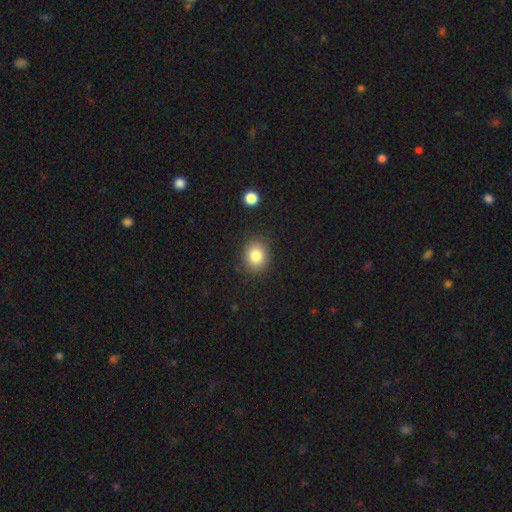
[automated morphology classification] This is clearly a smooth galaxy (83%). How rounded: likely round (66%). Merging: clearly none (86%).